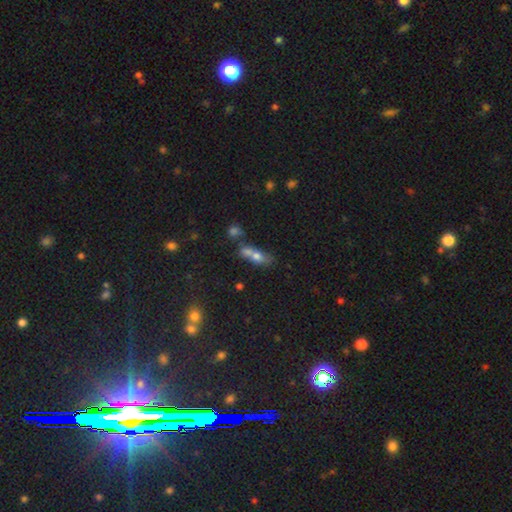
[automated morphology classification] This is likely a smooth galaxy (64%). How rounded: likely in between (61%). Merging: possibly merger (52%).